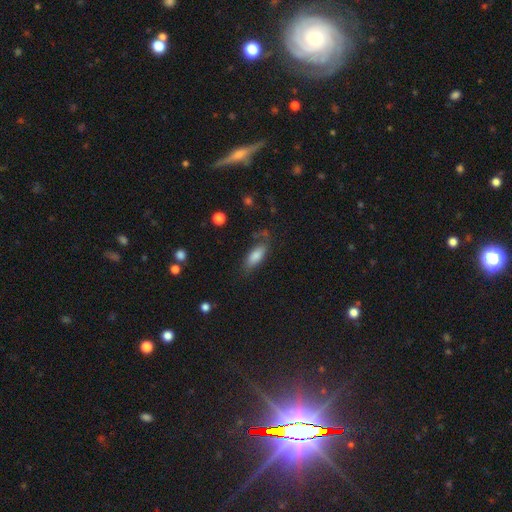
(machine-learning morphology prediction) Smooth or featured? Predicted: smooth (p=0.81). How rounded? Predicted: in between (p=0.74). Merging? Predicted: none (p=0.68).